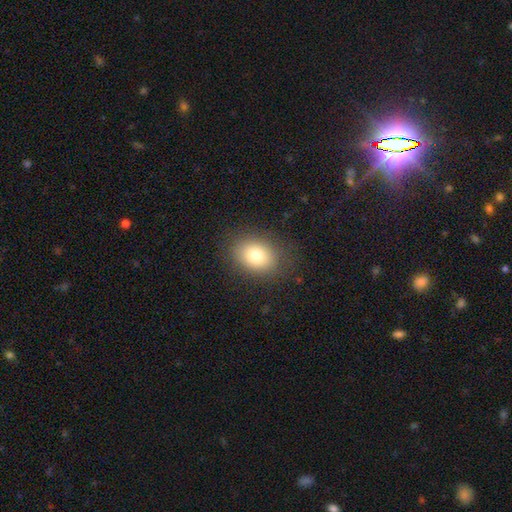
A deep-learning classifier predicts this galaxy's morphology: Smooth or featured?
  - smooth: 79% *
  - star or artifact: 11%
  - featured or disk: 10%
How rounded?
  - in between: 61% *
  - round: 38%
  - cigar-shaped: 1%
Merging?
  - none: 83% *
  - minor disturbance: 11%
  - major disturbance: 5%
  - merger: 1%